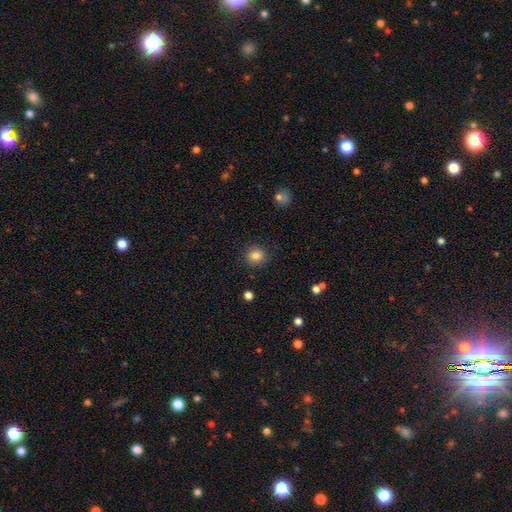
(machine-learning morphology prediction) This is clearly a smooth galaxy (84%). How rounded: clearly round (87%). Merging: clearly none (89%).